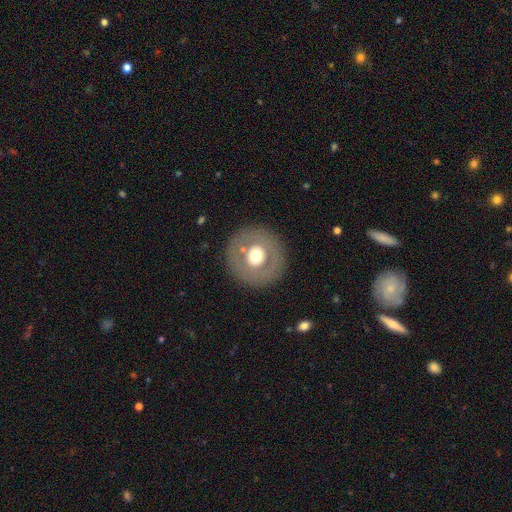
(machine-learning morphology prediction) The model was most divided on "smooth or featured": smooth: 53%, featured or disk: 39%, star or artifact: 8%. More confident: how rounded — round (95%); merging — none (87%).